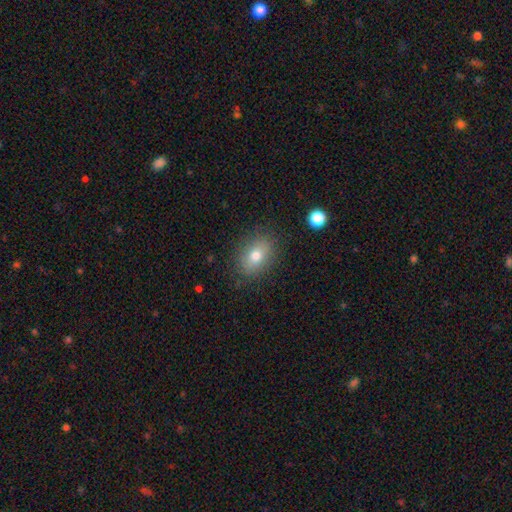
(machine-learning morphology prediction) This appears to be a smooth galaxy with no disk features (76%) that is in between round and cigar-shaped (74%). Merging: none (84%).